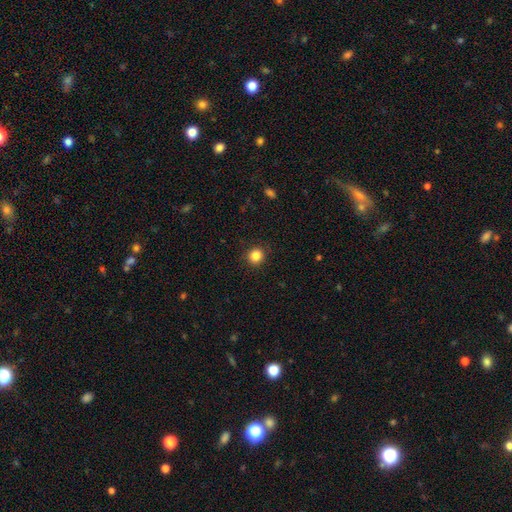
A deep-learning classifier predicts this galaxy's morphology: A smooth galaxy with no disk features (85%) that is round (88%). Merging: none (91%).